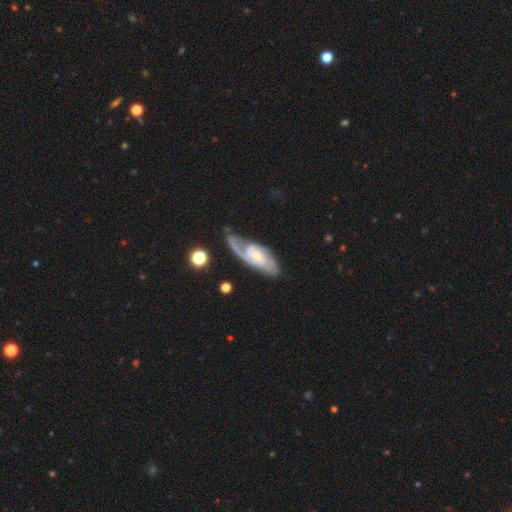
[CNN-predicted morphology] This appears to be a featured or disk galaxy (84%) with no bar (52%), 2 (57%) medium (45%) spiral arms (96%) and a small central bulge (57%). Merging: none (58%).